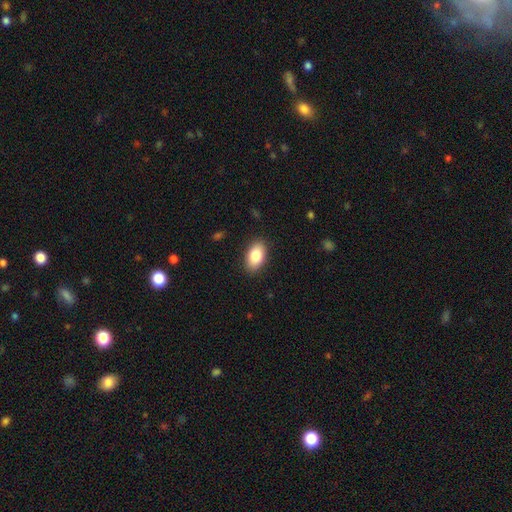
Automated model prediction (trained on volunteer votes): smooth_or_featured: smooth (p=0.84) [alt: featured or disk p=0.09]
how_rounded: in between (p=0.92) [alt: round p=0.06]
merging: none (p=0.88) [alt: minor disturbance p=0.09]